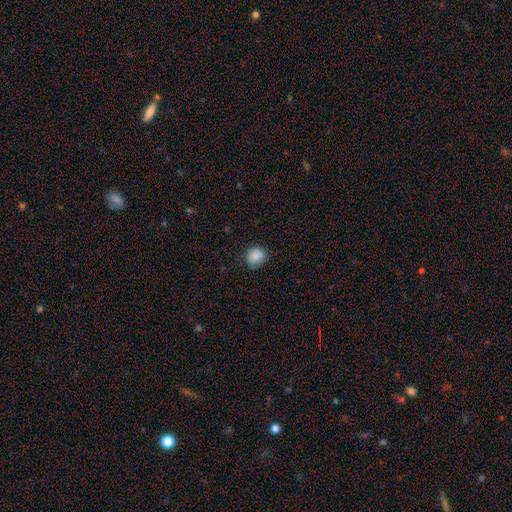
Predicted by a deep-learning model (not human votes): Overall: smooth (87%). How rounded: round (74%). Merging: none (81%).